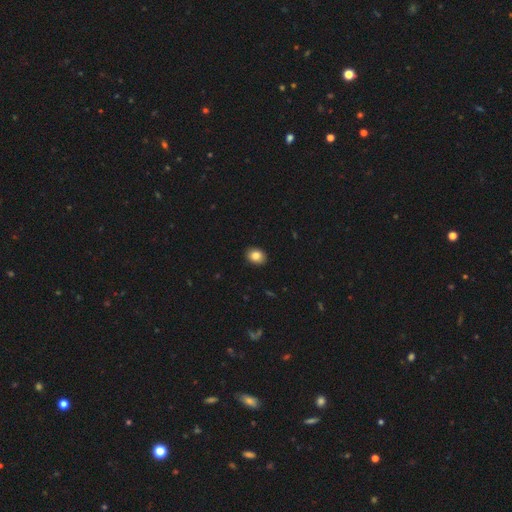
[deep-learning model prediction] Morphology: type=smooth (85%); roundness=in between (56%); merging=none (90%).